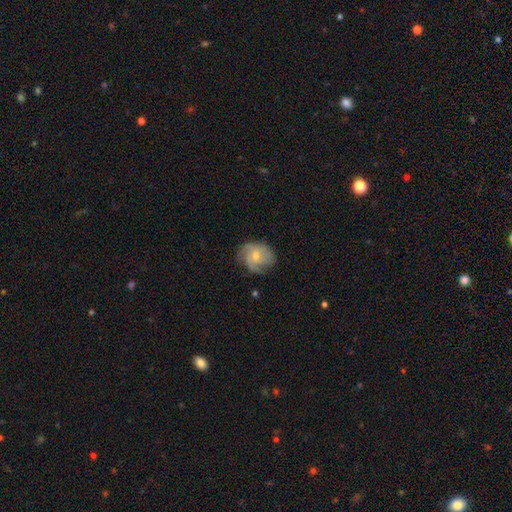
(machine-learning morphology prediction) smooth-or-featured: featured or disk: 71% | smooth: 22% | star or artifact: 8%
  disk-edge-on: no: 97% | yes: 3%
    bar: no: 72% | weak: 24% | strong: 4%
    has-spiral-arms: yes: 91% | no: 9%
      spiral-winding: tight: 51% | medium: 37% | loose: 12%
      spiral-arm-count: 3: 38% | can't tell: 23% | 2: 21% | 4: 8% | 1: 5% | more than 4: 4%
    bulge-size: small: 49% | moderate: 48% | none: 1% | large: 1% | dominant: 1%
  merging: none: 69% | minor disturbance: 22% | major disturbance: 8% | merger: 1%